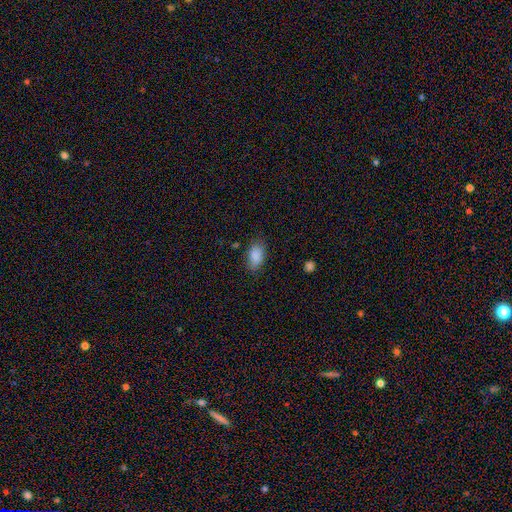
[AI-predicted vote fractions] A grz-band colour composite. It shows a smooth galaxy with no disk features (88%) that is in between round and cigar-shaped (91%). Merging: none (79%).